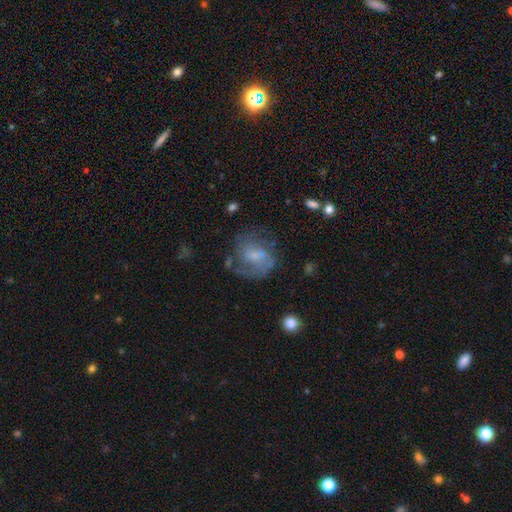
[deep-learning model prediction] featured or disk 65%, smooth 26%, star or artifact 9%. Down the decision tree: edge-on disk — no (97%); bar — no (46%); spiral arms — yes (82%); spiral arm count — 2 (49%); spiral winding — medium (46%); bulge size — small (44%); merging — none (53%).